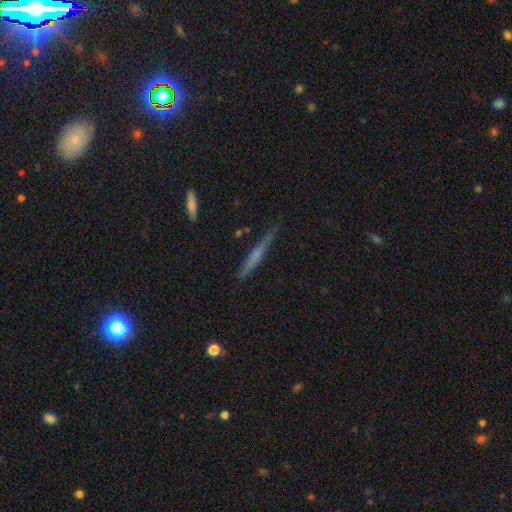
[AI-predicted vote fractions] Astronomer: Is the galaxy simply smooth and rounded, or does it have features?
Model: featured or disk — 54% (runner-up: smooth, 39%).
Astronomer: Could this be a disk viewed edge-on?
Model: yes — 97%.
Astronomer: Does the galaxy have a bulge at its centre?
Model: none — 55% (runner-up: rounded, 35%).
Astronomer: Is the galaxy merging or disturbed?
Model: none — 84%.